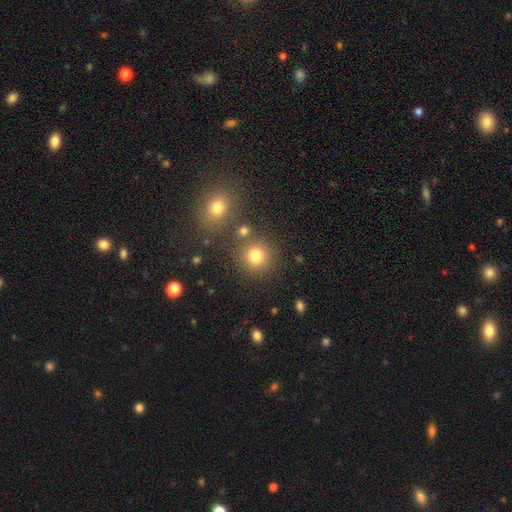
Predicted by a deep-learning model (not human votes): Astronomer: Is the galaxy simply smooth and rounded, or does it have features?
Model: smooth — 79%.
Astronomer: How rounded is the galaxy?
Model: round — 90%.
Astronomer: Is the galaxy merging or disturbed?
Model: none — 78%.